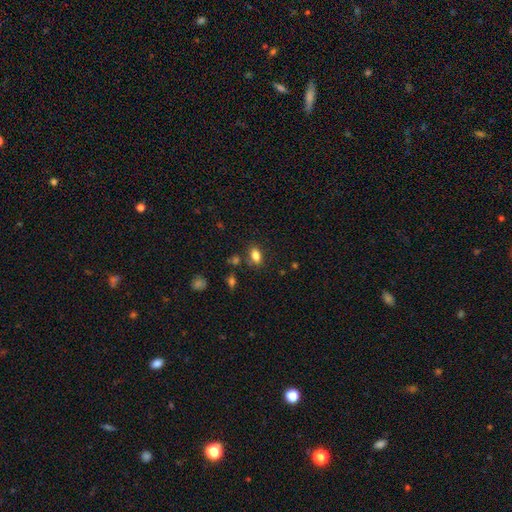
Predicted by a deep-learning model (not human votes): Q: Smooth or featured?
A: smooth (83%); runner-up: star or artifact (11%)
Q: How rounded?
A: in between (85%); runner-up: round (12%)
Q: Merging?
A: none (78%); runner-up: minor disturbance (12%)